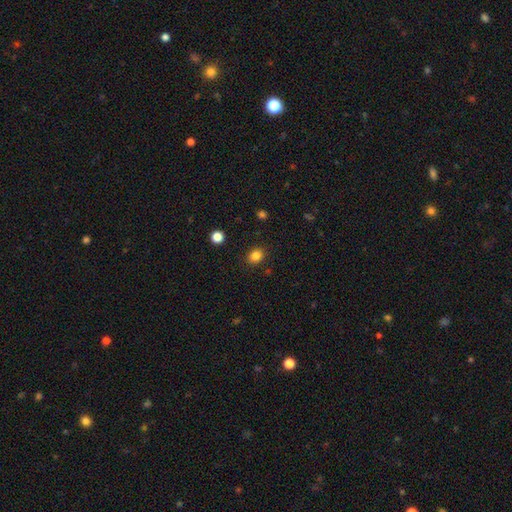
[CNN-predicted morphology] A smooth galaxy with no disk features (84%) that is round (62%). Merging: none (88%).